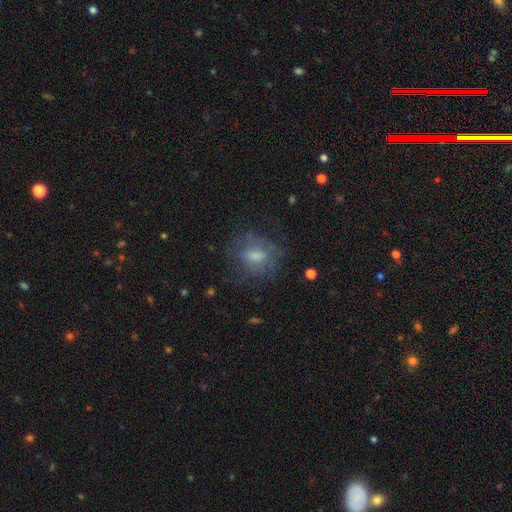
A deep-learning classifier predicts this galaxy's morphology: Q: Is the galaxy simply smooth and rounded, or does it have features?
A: smooth — 53%.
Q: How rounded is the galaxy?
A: round — 52%.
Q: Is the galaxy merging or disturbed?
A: none — 65%.